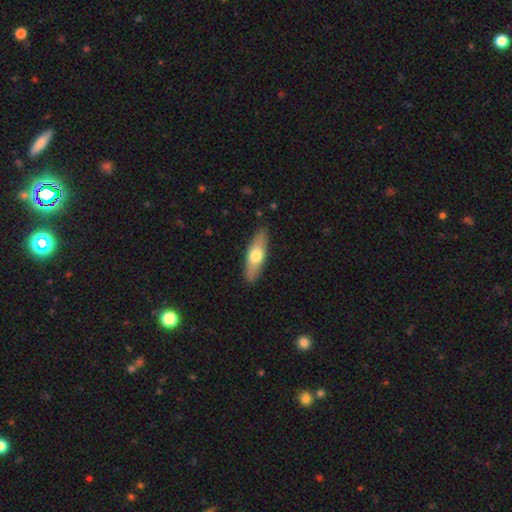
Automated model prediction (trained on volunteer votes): This appears to be a smooth galaxy with no disk features (60%) that is in between round and cigar-shaped (50%). Merging: none (88%).